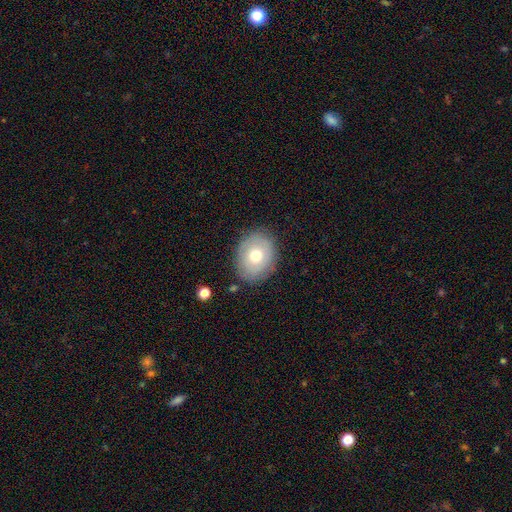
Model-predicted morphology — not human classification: A smooth galaxy with no disk features (67%) that is in between round and cigar-shaped (55%).

Vote fractions:
- Smooth or featured? smooth: 67% / featured or disk: 24% / star or artifact: 9%
- How rounded? in between: 55% / round: 44% / cigar-shaped: 1%
- Merging? none: 82% / minor disturbance: 12% / major disturbance: 4% / merger: 2%